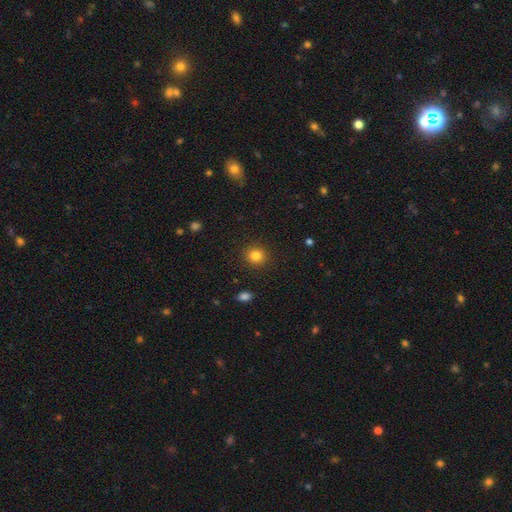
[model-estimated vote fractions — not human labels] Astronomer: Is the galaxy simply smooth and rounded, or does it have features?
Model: smooth — 84%.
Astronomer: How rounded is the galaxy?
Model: round — 85%.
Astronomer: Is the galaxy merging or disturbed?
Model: none — 90%.